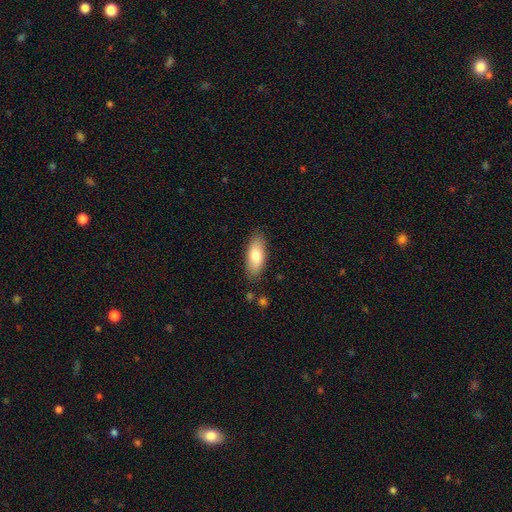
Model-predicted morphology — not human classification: type=smooth (77%); roundness=in between (76%); merging=none (84%).